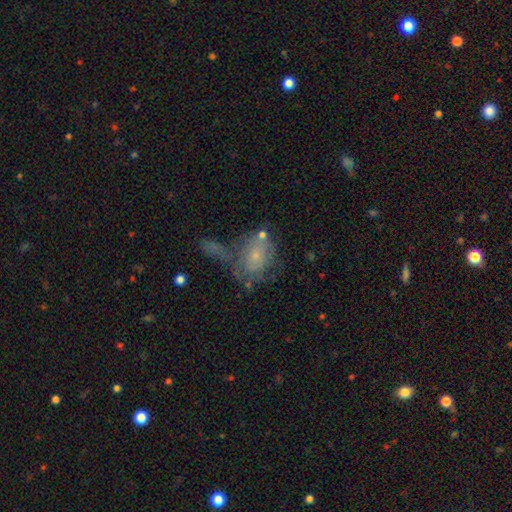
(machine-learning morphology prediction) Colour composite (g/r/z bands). It shows a smooth galaxy with no disk features (54%) that is in between round and cigar-shaped (64%). Merging: none (34%).